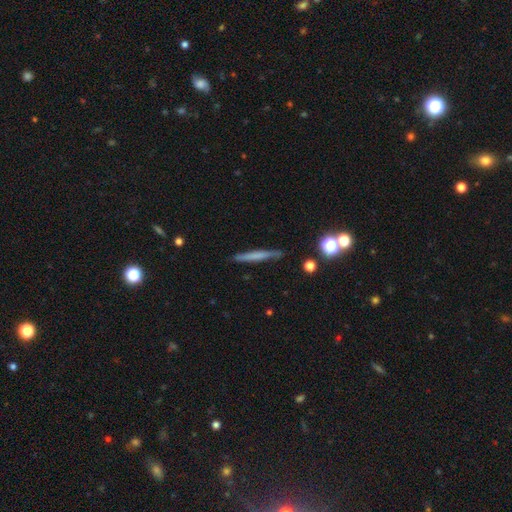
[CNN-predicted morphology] Q: Smooth or featured?
A: smooth (54%); runner-up: featured or disk (38%)
Q: How rounded?
A: cigar-shaped (95%); runner-up: in between (3%)
Q: Merging?
A: none (86%); runner-up: minor disturbance (10%)